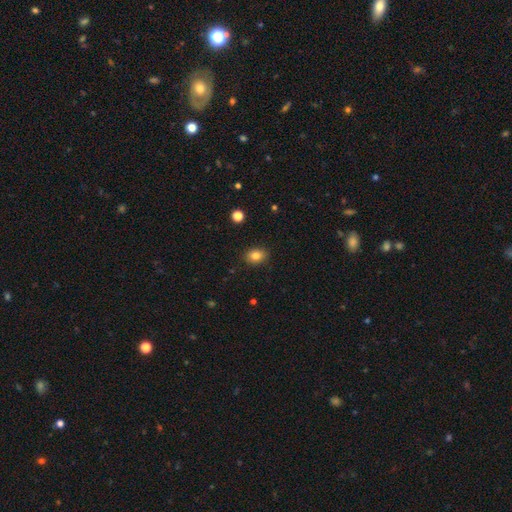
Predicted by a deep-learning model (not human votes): Smooth or featured: smooth — 83% (star or artifact — 11%)
How rounded: in between — 62% (round — 37%)
Merging: none — 87% (minor disturbance — 9%)